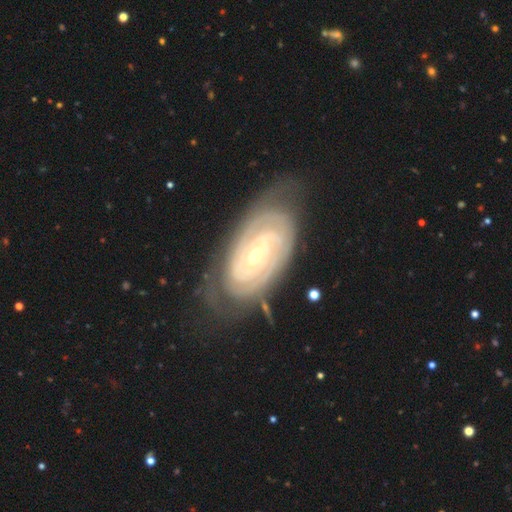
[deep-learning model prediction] Q: Smooth or featured?
A: featured or disk (89%); runner-up: smooth (6%)
Q: Edge-on disk?
A: no (95%); runner-up: yes (5%)
Q: Bar?
A: no (54%); runner-up: weak (31%)
Q: Spiral arms?
A: yes (97%); runner-up: no (3%)
Q: Spiral winding?
A: tight (82%); runner-up: medium (15%)
Q: Spiral arm count?
A: 2 (47%); runner-up: can't tell (23%)
Q: Bulge size?
A: small (65%); runner-up: moderate (32%)
Q: Merging?
A: none (74%); runner-up: minor disturbance (18%)